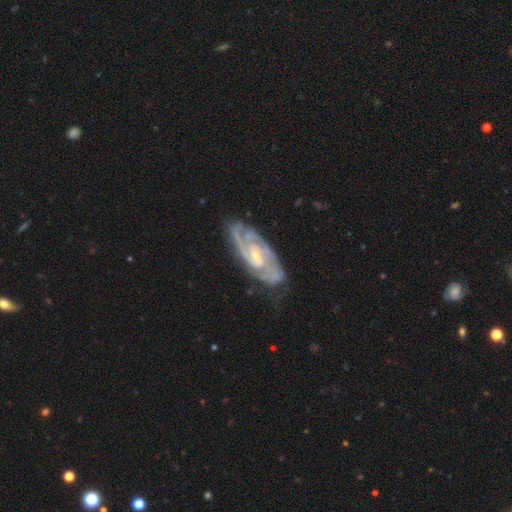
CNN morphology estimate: A featured or disk galaxy (89%) with no bar (46%), 2 (44%) tight (61%) spiral arms (98%) and a small central bulge (64%).

Vote fractions:
- Smooth or featured? featured or disk: 89% / smooth: 6% / star or artifact: 5%
- Edge-on disk? no: 93% / yes: 7%
- Bar? no: 46% / weak: 42% / strong: 12%
- Spiral arms? yes: 98% / no: 2%
- Spiral winding? tight: 61% / medium: 34% / loose: 5%
- Spiral arm count? 2: 44% / 3: 23% / can't tell: 17% / 4: 8% / 1: 4% / more than 4: 4%
- Bulge size? small: 64% / moderate: 32% / none: 2% / large: 1% / dominant: 1%
- Merging? none: 73% / minor disturbance: 20% / major disturbance: 6% / merger: 2%